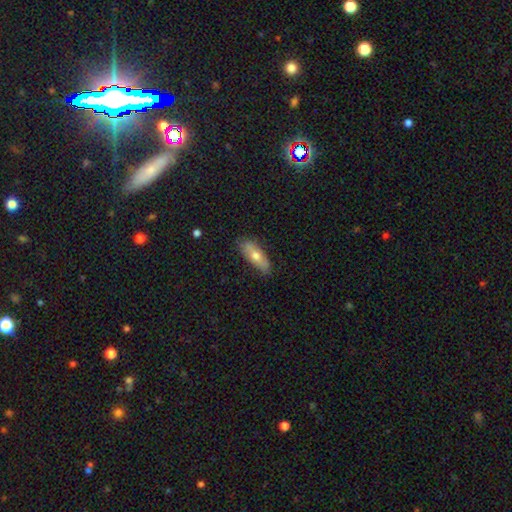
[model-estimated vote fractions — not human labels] Smooth or featured? Predicted: smooth (p=0.64). How rounded? Predicted: in between (p=0.68). Merging? Predicted: none (p=0.78).